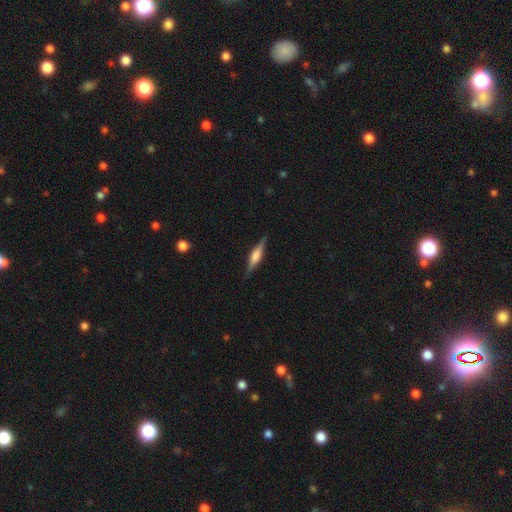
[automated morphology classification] Smooth or featured?
  - featured or disk: 64% *
  - smooth: 29%
  - star or artifact: 6%
Edge-on disk?
  - yes: 97% *
  - no: 3%
Edge-on bulge?
  - rounded: 64% *
  - boxy: 30%
  - none: 6%
Merging?
  - none: 87% *
  - minor disturbance: 10%
  - major disturbance: 2%
  - merger: 1%